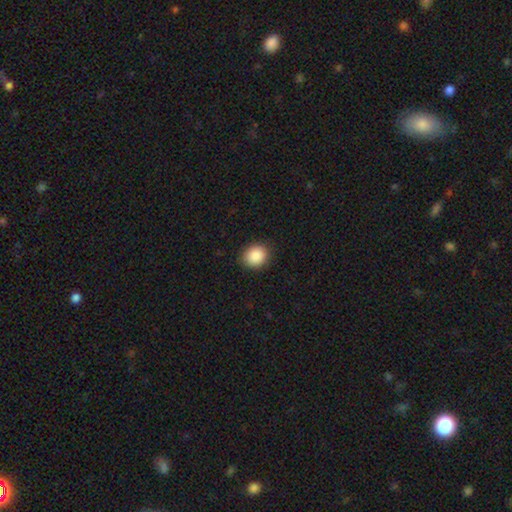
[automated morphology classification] smooth_or_featured: smooth (p=0.89) [alt: star or artifact p=0.08]
how_rounded: round (p=0.68) [alt: in between p=0.31]
merging: none (p=0.88) [alt: minor disturbance p=0.08]